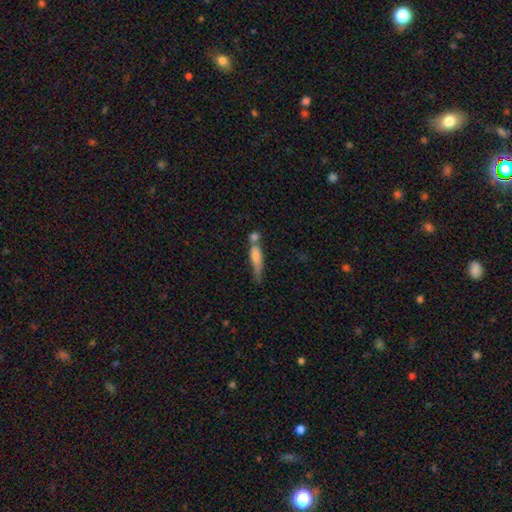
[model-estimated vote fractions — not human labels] Smooth or featured?
  - smooth: 66% *
  - featured or disk: 26%
  - star or artifact: 8%
How rounded?
  - cigar-shaped: 65% *
  - in between: 31%
  - round: 4%
Merging?
  - merger: 42% *
  - none: 28%
  - minor disturbance: 18%
  - major disturbance: 12%